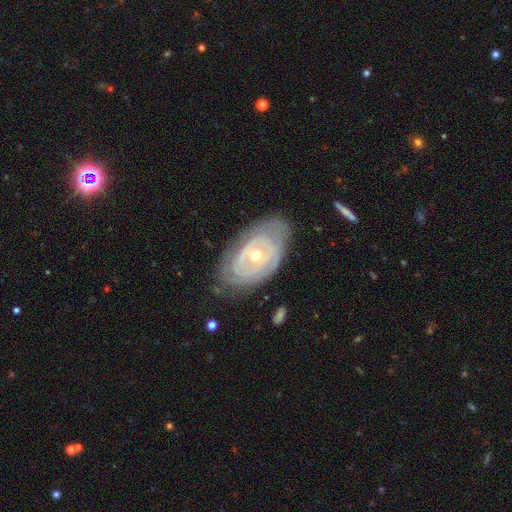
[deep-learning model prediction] This appears to be a featured or disk galaxy (81%) with no bar (70%), tight (81%) spiral arms (75%) and a moderate central bulge (52%). Merging: none (72%).